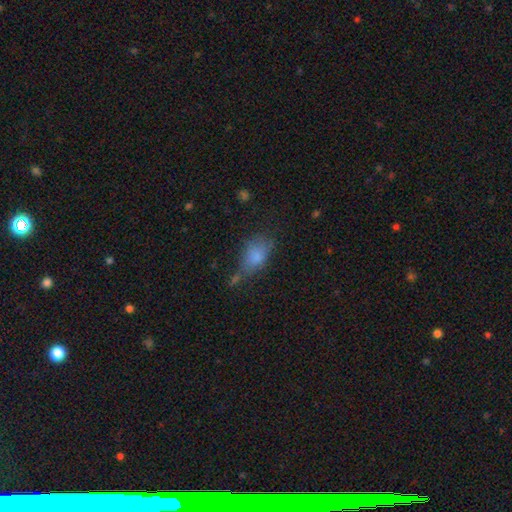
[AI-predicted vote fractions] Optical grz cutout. It shows a smooth galaxy with no disk features (77%) that is in between round and cigar-shaped (85%). Merging: none (45%).